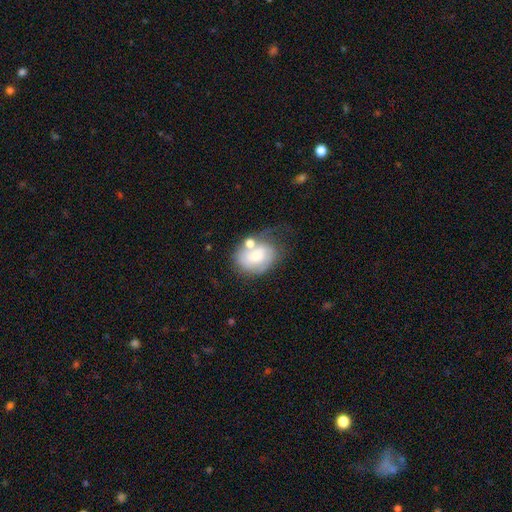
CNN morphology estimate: smooth_or_featured: smooth (p=0.54) [alt: featured or disk p=0.38]
how_rounded: in between (p=0.60) [alt: round p=0.39]
merging: none (p=0.35) [alt: minor disturbance p=0.25]